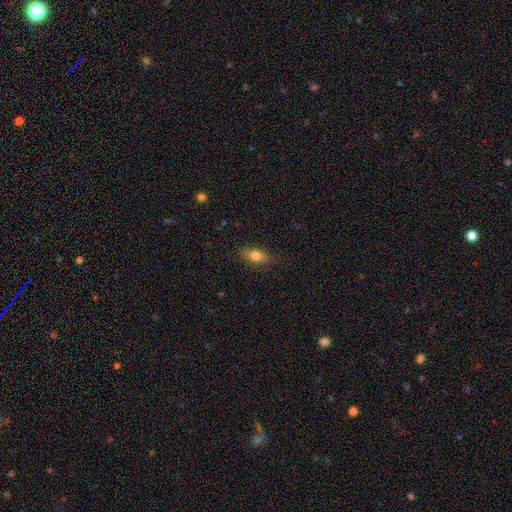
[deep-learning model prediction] This is likely a smooth galaxy (78%). How rounded: clearly in between (83%). Merging: clearly none (85%).